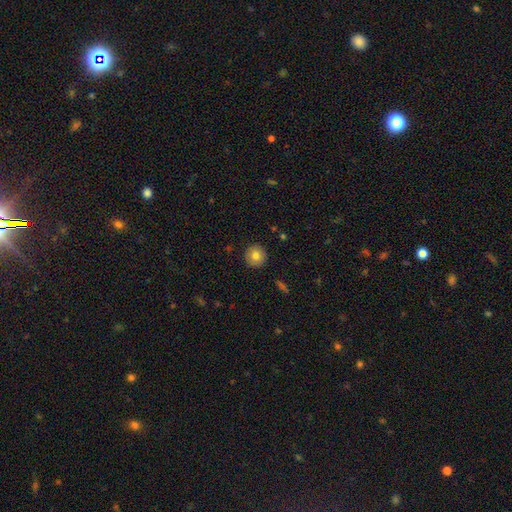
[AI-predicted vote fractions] This appears to be a smooth galaxy with no disk features (78%) that is round (95%). Merging: none (92%).